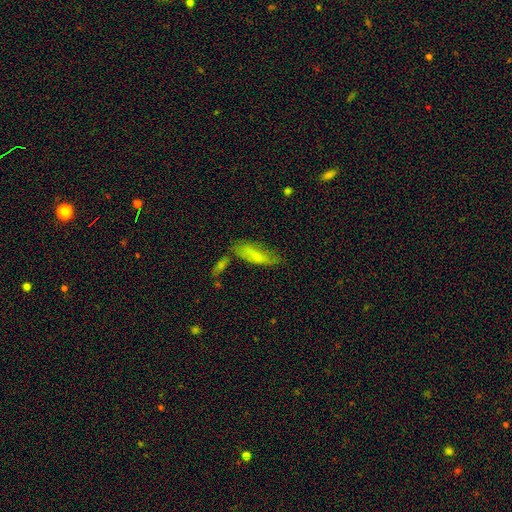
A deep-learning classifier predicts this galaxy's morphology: A smooth galaxy with no disk features (61%) that is in between round and cigar-shaped (55%).

Vote fractions:
- Smooth or featured? smooth: 61% / featured or disk: 31% / star or artifact: 8%
- How rounded? in between: 55% / cigar-shaped: 43% / round: 2%
- Merging? none: 52% / minor disturbance: 24% / merger: 13% / major disturbance: 10%